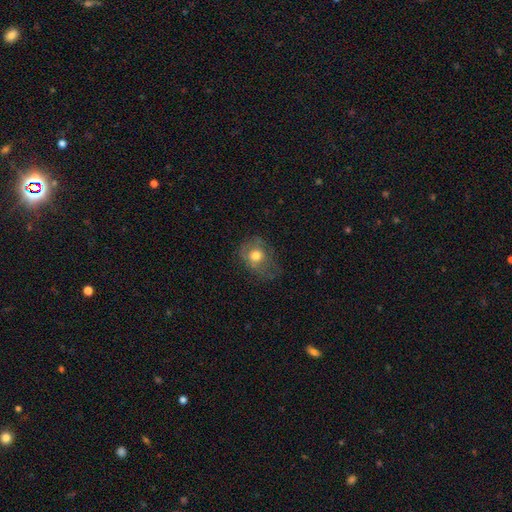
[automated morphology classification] smooth-or-featured: smooth: 59% | featured or disk: 32% | star or artifact: 9%
  how-rounded: round: 56% | in between: 43% | cigar-shaped: 1%
  merging: none: 39% | major disturbance: 31% | minor disturbance: 28% | merger: 2%